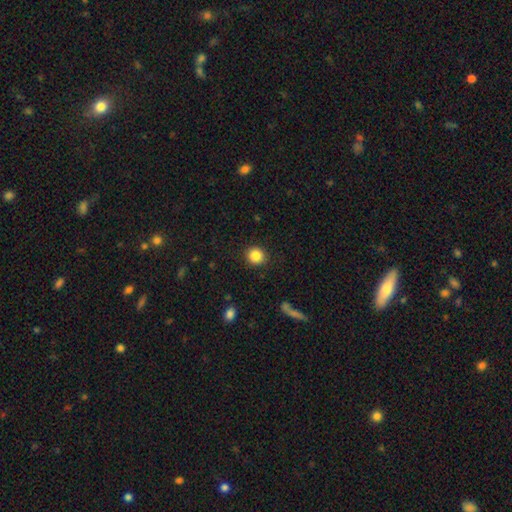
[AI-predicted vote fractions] Smooth or featured?
  - smooth: 86% *
  - star or artifact: 9%
  - featured or disk: 4%
How rounded?
  - round: 89% *
  - in between: 10%
  - cigar-shaped: 1%
Merging?
  - none: 90% *
  - minor disturbance: 6%
  - major disturbance: 2%
  - merger: 1%